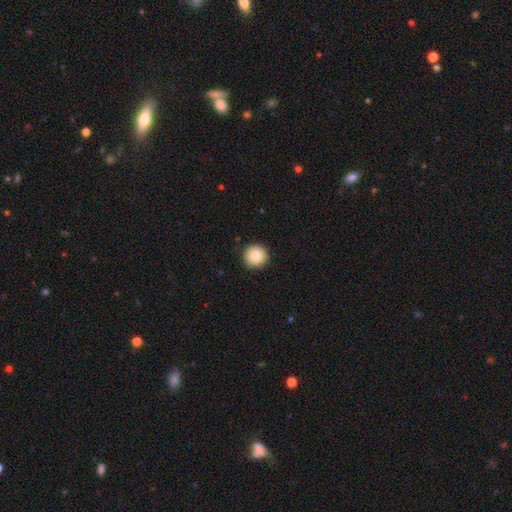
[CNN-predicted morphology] Smooth or featured? smooth (85%)
How rounded? round (96%)
Merging? none (92%)